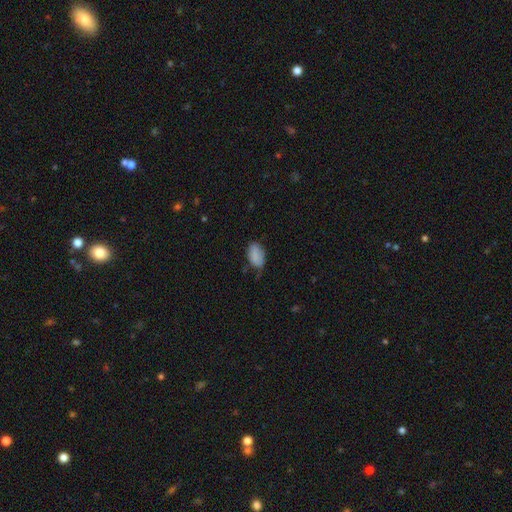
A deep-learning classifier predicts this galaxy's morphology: smooth 84%, featured or disk 9%, star or artifact 7%. Down the decision tree: how rounded — in between (93%); merging — none (51%).